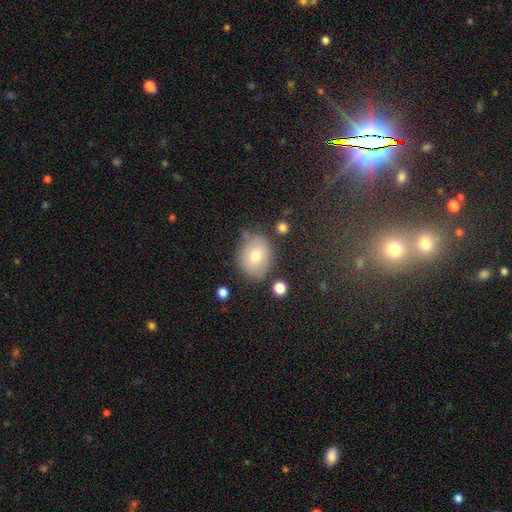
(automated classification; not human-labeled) Smooth or featured?
  - smooth: 69% *
  - featured or disk: 21%
  - star or artifact: 10%
How rounded?
  - round: 53% *
  - in between: 46%
  - cigar-shaped: 1%
Merging?
  - none: 69% *
  - minor disturbance: 20%
  - merger: 6%
  - major disturbance: 5%